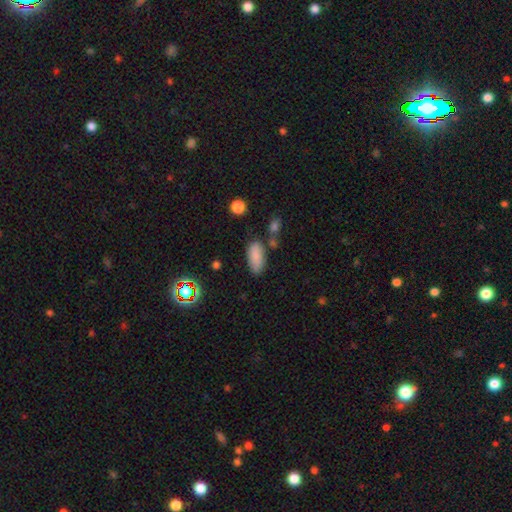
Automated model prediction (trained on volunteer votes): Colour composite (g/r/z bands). It shows a smooth galaxy with no disk features (85%) that is in between round and cigar-shaped (88%). Merging: none (71%).